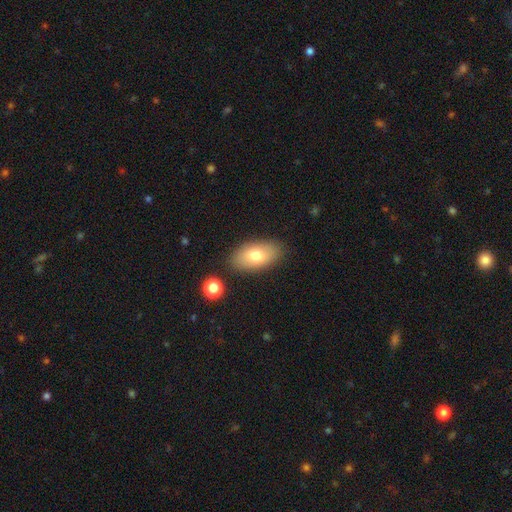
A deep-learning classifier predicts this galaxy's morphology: smooth-or-featured: smooth: 77% | featured or disk: 16% | star or artifact: 7%
  how-rounded: in between: 93% | round: 5% | cigar-shaped: 3%
  merging: none: 84% | minor disturbance: 11% | major disturbance: 3% | merger: 3%